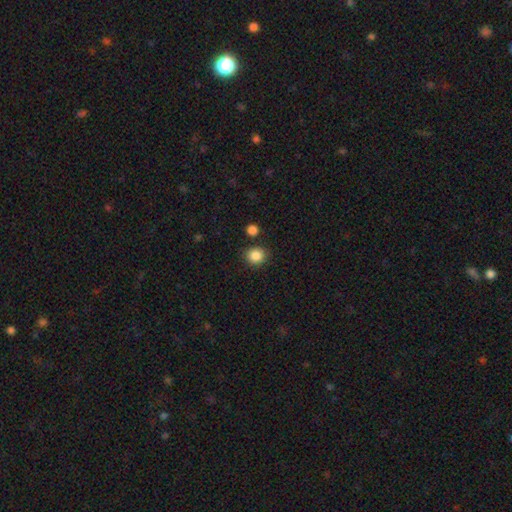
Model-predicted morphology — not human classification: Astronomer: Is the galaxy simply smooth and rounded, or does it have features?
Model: smooth — 87%.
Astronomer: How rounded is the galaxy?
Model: round — 83%.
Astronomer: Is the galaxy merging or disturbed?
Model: none — 85%.